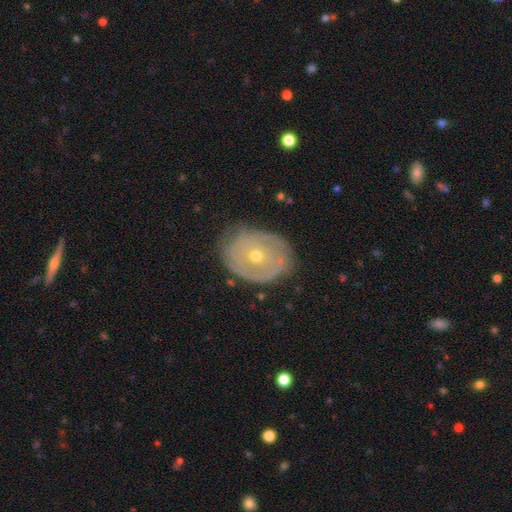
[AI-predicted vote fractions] Smooth or featured? Predicted: featured or disk (p=0.70). Edge-on disk? Predicted: no (p=0.95). Bar? Predicted: no (p=0.84). Spiral arms? Predicted: yes (p=0.64). Bulge size? Predicted: small (p=0.52). Merging? Predicted: none (p=0.69).